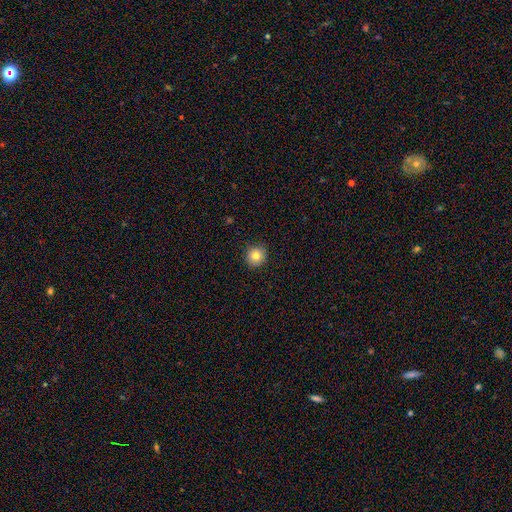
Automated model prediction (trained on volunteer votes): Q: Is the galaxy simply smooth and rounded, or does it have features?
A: smooth — 81%.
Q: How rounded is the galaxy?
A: round — 93%.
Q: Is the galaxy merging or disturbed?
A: none — 90%.